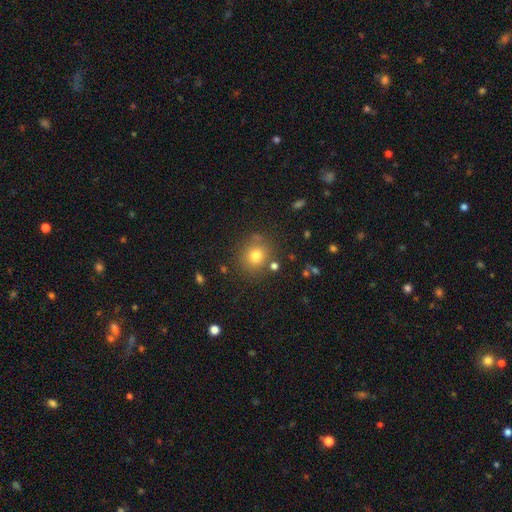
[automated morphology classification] Smooth or featured? smooth (76%)
How rounded? round (85%)
Merging? none (80%)